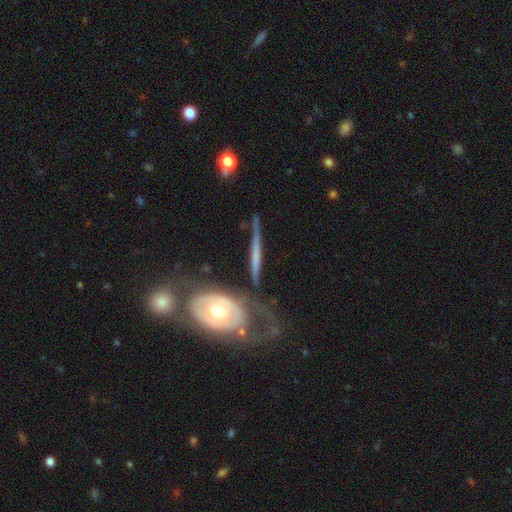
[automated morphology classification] smooth-or-featured: featured or disk: 65% | smooth: 29% | star or artifact: 6%
  disk-edge-on: yes: 81% | no: 19%
    edge-on-bulge: none: 53% | rounded: 34% | boxy: 13%
  merging: none: 60% | minor disturbance: 21% | major disturbance: 10% | merger: 9%